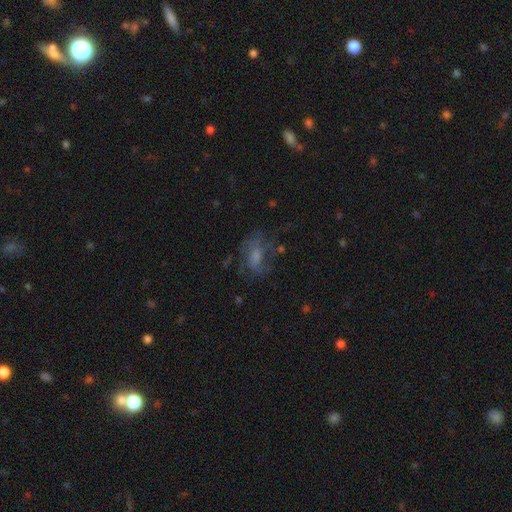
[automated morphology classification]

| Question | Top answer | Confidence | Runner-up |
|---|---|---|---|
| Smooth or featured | featured or disk | 52% | smooth (33%) |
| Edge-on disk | no | 96% | yes (4%) |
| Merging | none | 52% | major disturbance (24%) |